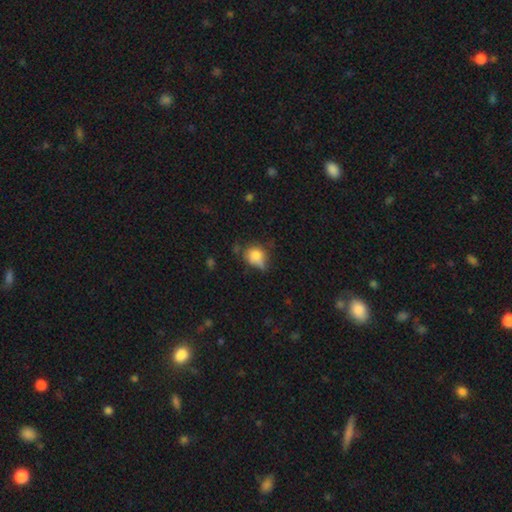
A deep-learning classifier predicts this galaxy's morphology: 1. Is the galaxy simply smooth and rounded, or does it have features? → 74% smooth, 15% featured or disk, 11% star or artifact.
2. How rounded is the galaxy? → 54% round, 44% in between, 2% cigar-shaped.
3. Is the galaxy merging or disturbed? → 40% none, 37% minor disturbance, 17% major disturbance, 6% merger.